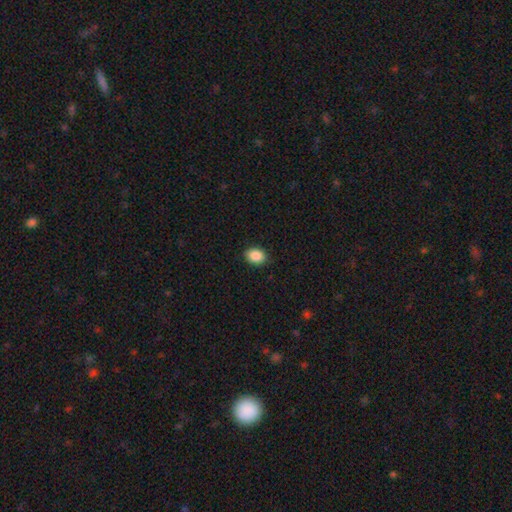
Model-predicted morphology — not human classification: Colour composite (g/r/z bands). It shows a smooth galaxy with no disk features (89%) that is in between round and cigar-shaped (72%). Merging: none (88%).